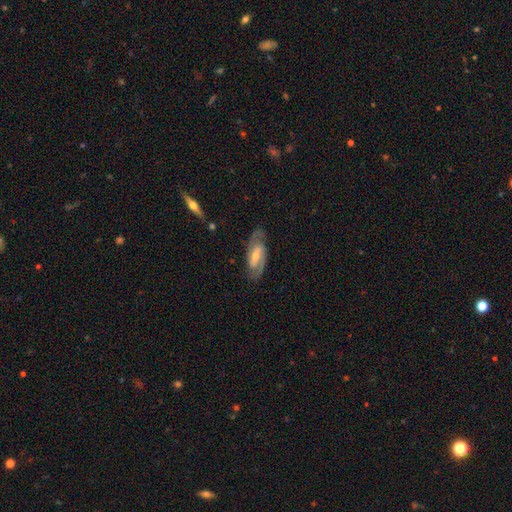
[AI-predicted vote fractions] Smooth or featured? featured or disk (84%)
Edge-on disk? no (94%)
Bar? strong (41%)
Spiral arms? yes (95%)
Spiral winding? medium (49%)
Spiral arm count? 2 (90%)
Bulge size? moderate (49%)
Merging? none (83%)